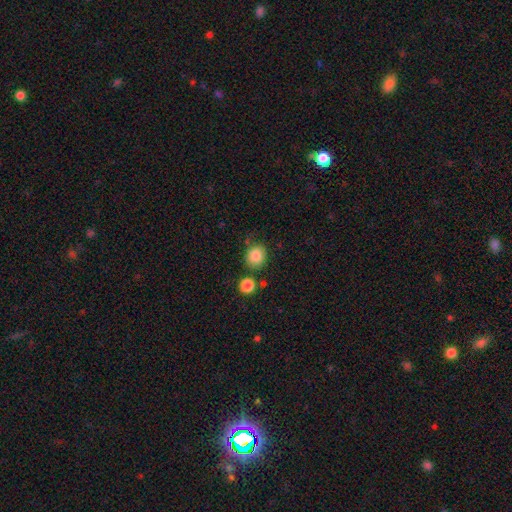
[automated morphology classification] This appears to be a smooth galaxy with no disk features (85%) that is round (77%). Merging: none (74%).